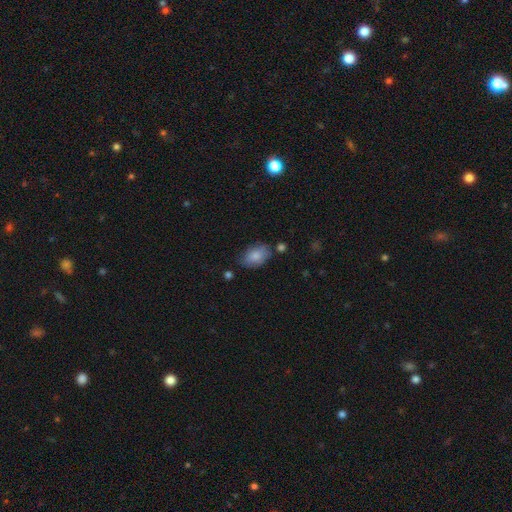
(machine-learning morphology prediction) Smooth or featured: smooth — 83% (featured or disk — 10%)
How rounded: in between — 89% (round — 10%)
Merging: none — 67% (minor disturbance — 23%)